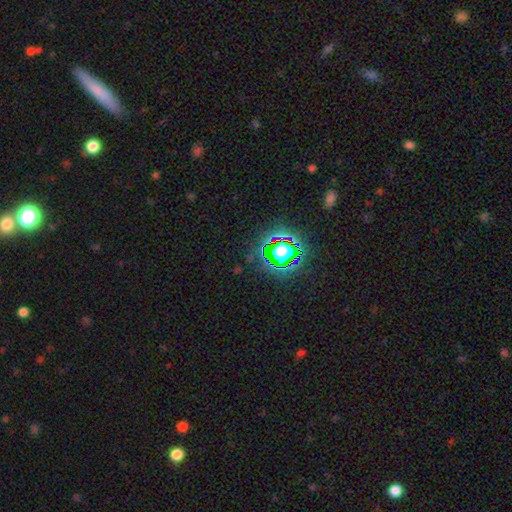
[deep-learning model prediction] Overall: star or artifact (79%).